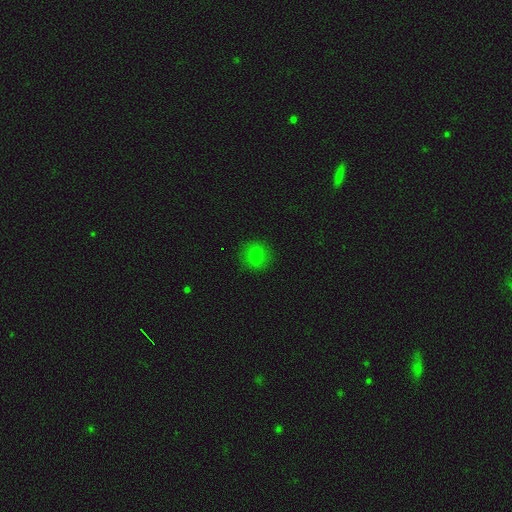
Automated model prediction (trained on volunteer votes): Morphology: type=smooth (75%); roundness=round (79%); merging=none (86%).